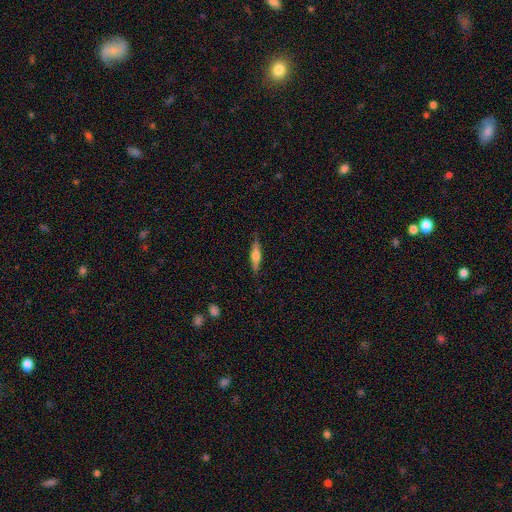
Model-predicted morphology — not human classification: This is possibly a featured or disk galaxy (52%). It is clearly viewed edge-on (95%). Merging: clearly none (86%).